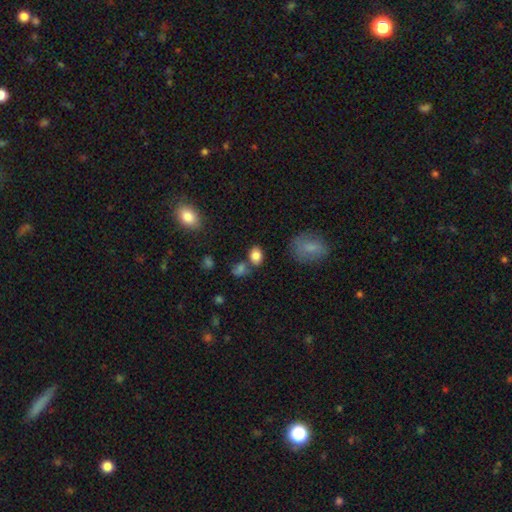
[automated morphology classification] Overall: smooth (83%). How rounded: in between (72%). Merging: none (62%).